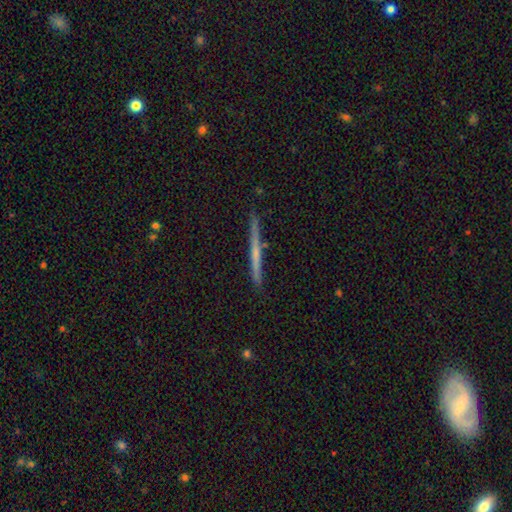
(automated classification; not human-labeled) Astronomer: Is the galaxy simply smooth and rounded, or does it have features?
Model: featured or disk — 51% (runner-up: smooth, 43%).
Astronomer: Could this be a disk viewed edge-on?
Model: yes — 98%.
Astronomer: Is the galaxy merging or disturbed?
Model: none — 88%.